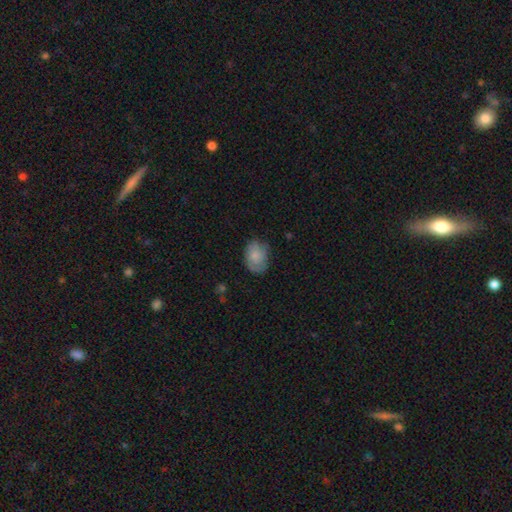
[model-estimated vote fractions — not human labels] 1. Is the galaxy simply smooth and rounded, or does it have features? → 71% smooth, 21% featured or disk, 7% star or artifact.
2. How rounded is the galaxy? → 77% in between, 22% round, 1% cigar-shaped.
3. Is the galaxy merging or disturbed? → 70% none, 22% minor disturbance, 6% major disturbance, 1% merger.